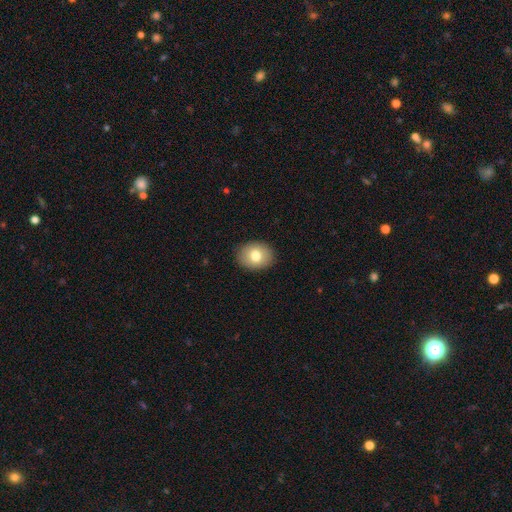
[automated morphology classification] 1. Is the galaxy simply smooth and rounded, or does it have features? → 78% smooth, 14% featured or disk, 9% star or artifact.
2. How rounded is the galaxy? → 57% in between, 42% round, 1% cigar-shaped.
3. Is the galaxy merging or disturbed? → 90% none, 7% minor disturbance, 2% major disturbance, 1% merger.